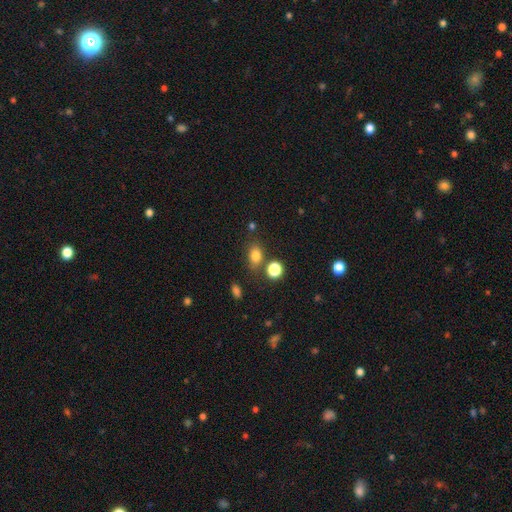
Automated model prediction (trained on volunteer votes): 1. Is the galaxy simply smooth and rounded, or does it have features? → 79% smooth, 14% star or artifact, 7% featured or disk.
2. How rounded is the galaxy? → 68% in between, 30% round, 2% cigar-shaped.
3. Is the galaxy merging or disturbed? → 70% none, 14% minor disturbance, 11% merger, 5% major disturbance.